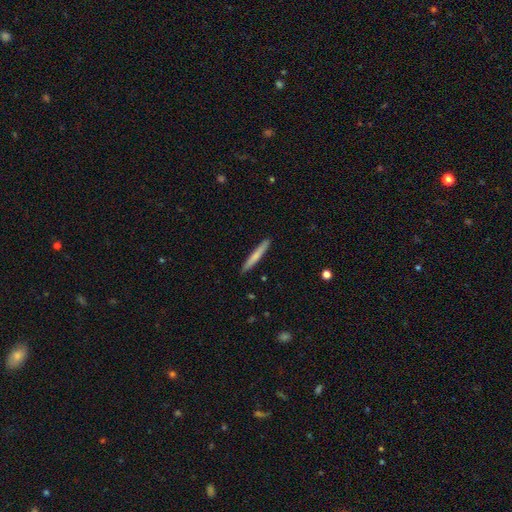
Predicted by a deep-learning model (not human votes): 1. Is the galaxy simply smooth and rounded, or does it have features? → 65% smooth, 30% featured or disk, 5% star or artifact.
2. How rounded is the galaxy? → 96% cigar-shaped, 3% in between, 1% round.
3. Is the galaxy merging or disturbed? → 91% none, 7% minor disturbance, 1% major disturbance, 1% merger.